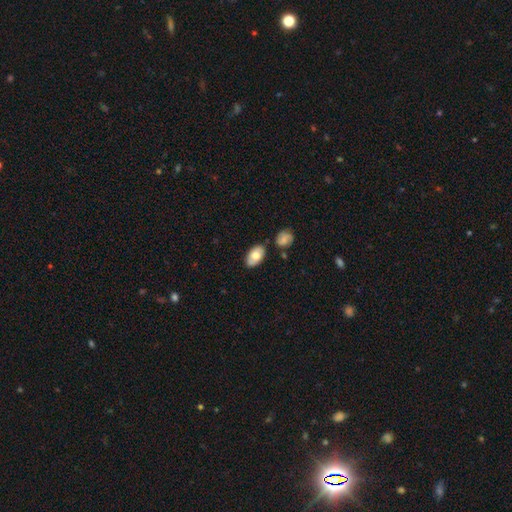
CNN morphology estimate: This is likely a smooth galaxy (67%). How rounded: clearly in between (93%). Merging: likely none (79%).